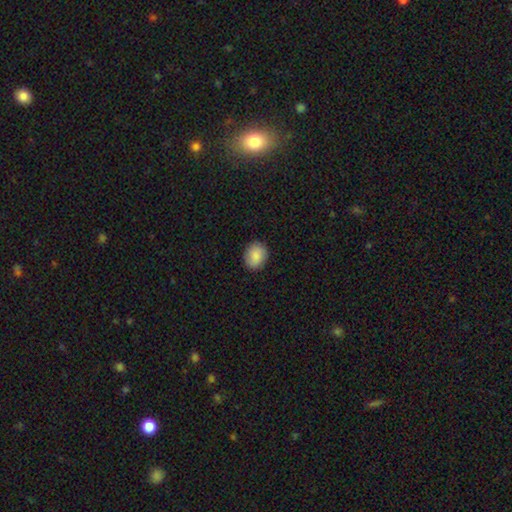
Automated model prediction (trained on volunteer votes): Smooth or featured: smooth — 88% (star or artifact — 7%)
How rounded: round — 56% (in between — 43%)
Merging: none — 89% (minor disturbance — 8%)